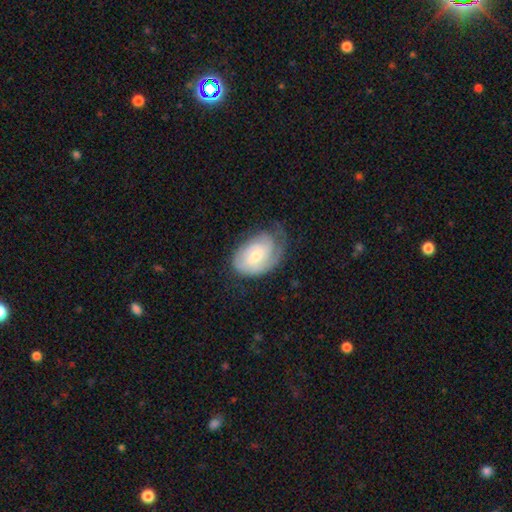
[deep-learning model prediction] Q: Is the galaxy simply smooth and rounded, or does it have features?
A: featured or disk — 60%.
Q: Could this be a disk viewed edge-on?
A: no — 96%.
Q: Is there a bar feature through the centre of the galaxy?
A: no — 72%.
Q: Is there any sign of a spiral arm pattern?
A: yes — 88%.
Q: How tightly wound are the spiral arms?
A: tight — 62%.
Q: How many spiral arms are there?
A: can't tell — 37%.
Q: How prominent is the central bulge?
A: small — 50%.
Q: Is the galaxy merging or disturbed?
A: none — 52%.